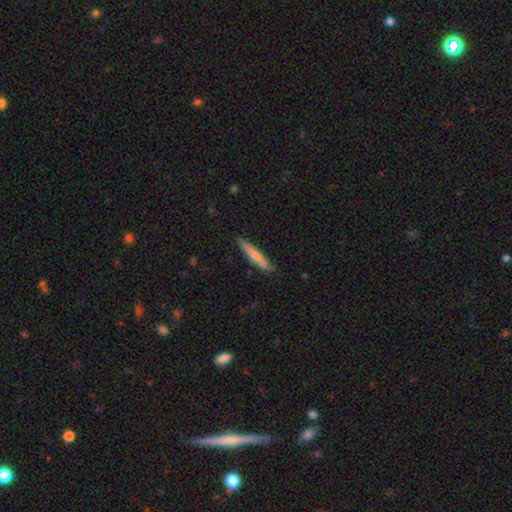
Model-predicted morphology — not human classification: type=smooth (75%); roundness=cigar-shaped (93%); merging=none (86%).